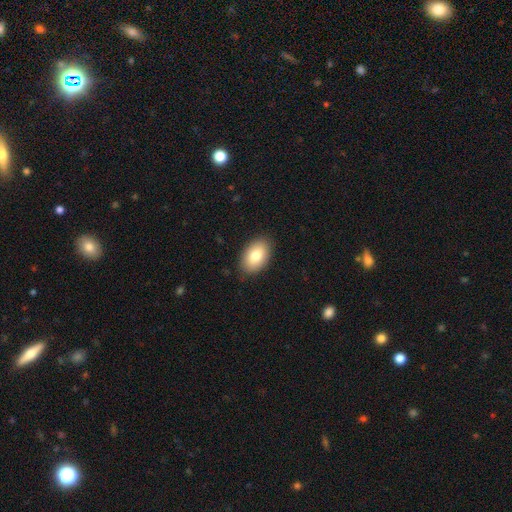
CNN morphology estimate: The model was most divided on "smooth or featured": smooth: 80%, featured or disk: 13%, star or artifact: 7%. More confident: how rounded — in between (91%); merging — none (88%).